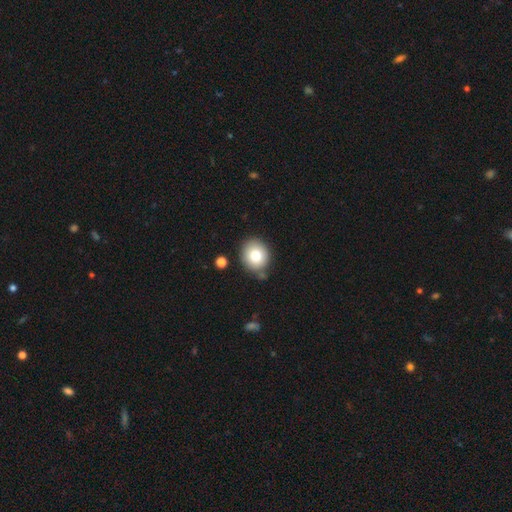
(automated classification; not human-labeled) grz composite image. It shows a smooth galaxy with no disk features (78%) that is round (79%). Merging: none (80%).